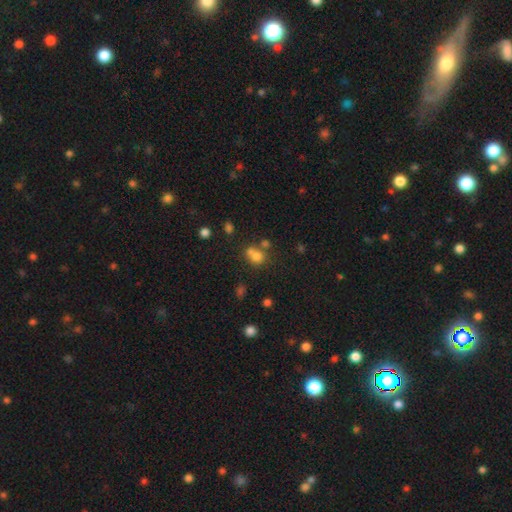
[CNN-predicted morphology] Smooth or featured?
  - smooth: 70% *
  - star or artifact: 17%
  - featured or disk: 13%
How rounded?
  - round: 68% *
  - in between: 31%
  - cigar-shaped: 1%
Merging?
  - merger: 46% *
  - none: 37%
  - minor disturbance: 11%
  - major disturbance: 6%